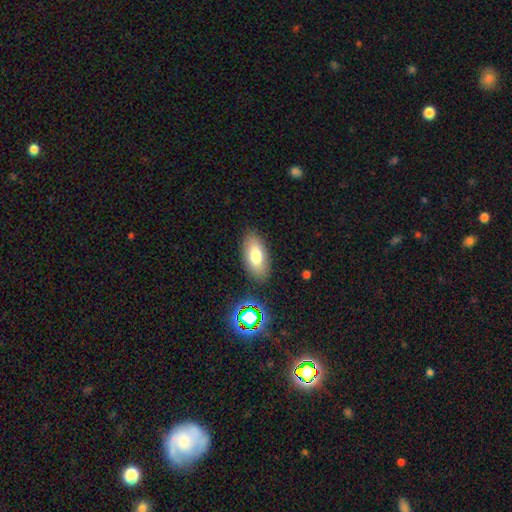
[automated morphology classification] This is likely a smooth galaxy (75%). How rounded: clearly in between (89%). Merging: clearly none (86%).